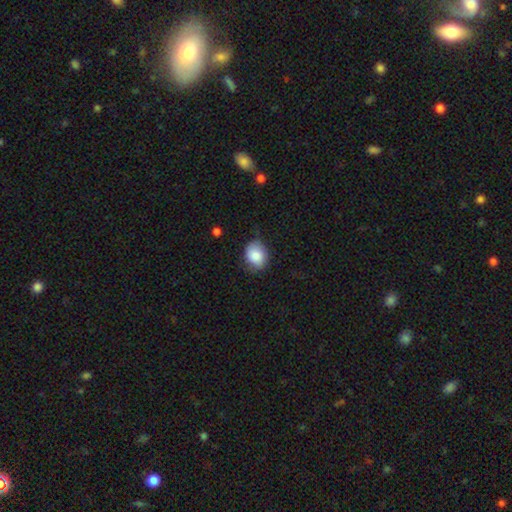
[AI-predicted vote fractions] smooth_or_featured: smooth (p=0.83) [alt: featured or disk p=0.10]
how_rounded: in between (p=0.50) [alt: round p=0.49]
merging: none (p=0.72) [alt: minor disturbance p=0.22]